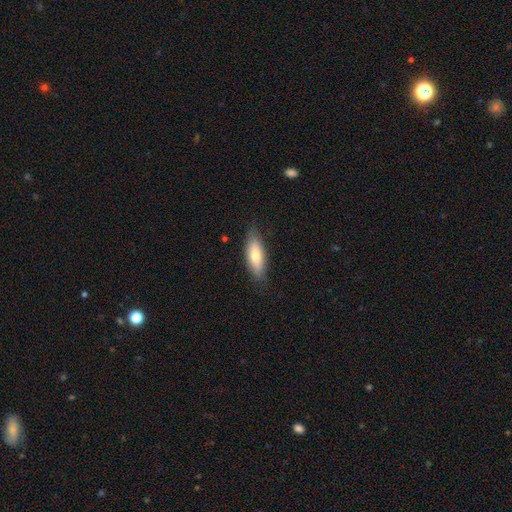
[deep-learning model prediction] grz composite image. It shows a smooth galaxy with no disk features (71%) that is in between round and cigar-shaped (63%). Merging: none (83%).